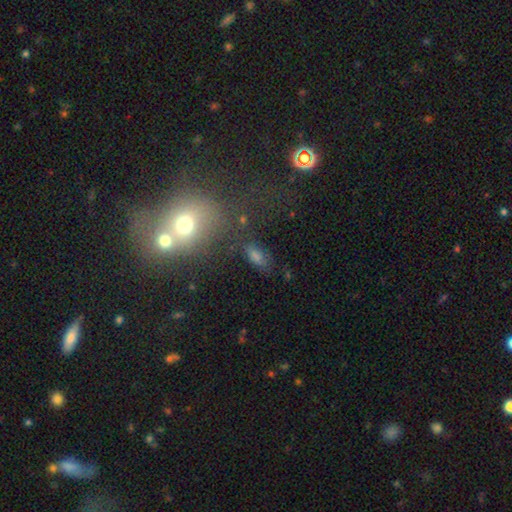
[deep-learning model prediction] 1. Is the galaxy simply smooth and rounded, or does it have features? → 68% smooth, 19% star or artifact, 13% featured or disk.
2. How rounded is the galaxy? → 81% in between, 11% round, 8% cigar-shaped.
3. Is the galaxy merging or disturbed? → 66% none, 15% minor disturbance, 12% merger, 7% major disturbance.